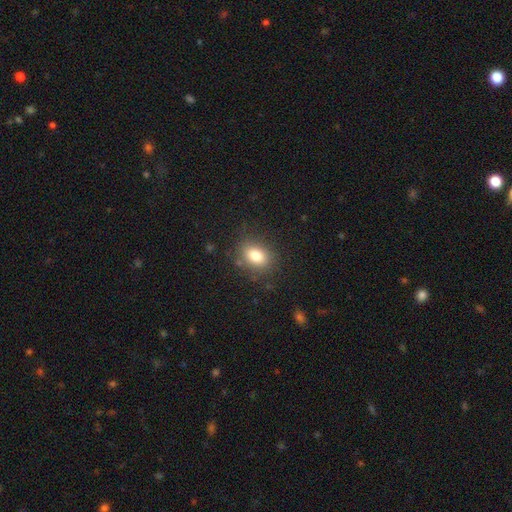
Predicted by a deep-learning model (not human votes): A smooth galaxy with no disk features (81%) that is in between round and cigar-shaped (70%). Merging: none (81%).